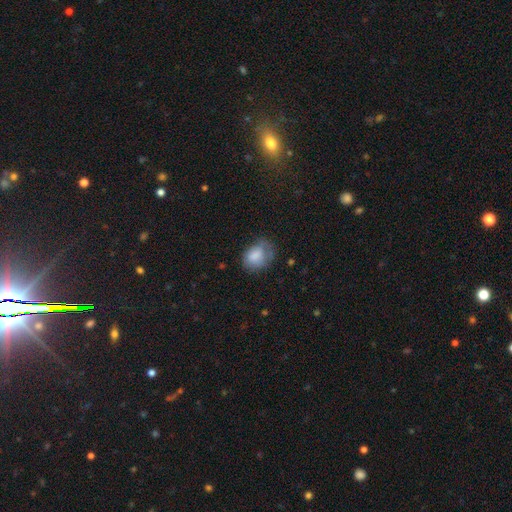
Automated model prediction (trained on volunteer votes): A smooth galaxy with no disk features (76%) that is in between round and cigar-shaped (64%).

Vote fractions:
- Smooth or featured? smooth: 76% / featured or disk: 16% / star or artifact: 8%
- How rounded? in between: 64% / round: 35% / cigar-shaped: 1%
- Merging? none: 43% / minor disturbance: 35% / major disturbance: 20% / merger: 2%